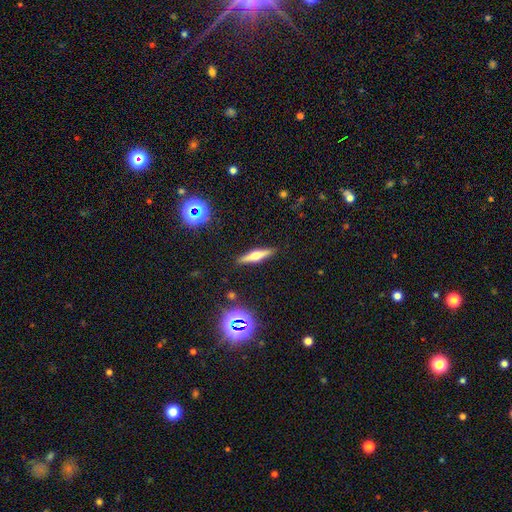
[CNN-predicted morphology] This is possibly a featured or disk galaxy (56%). It is clearly viewed edge-on (96%). Edge-on bulge: clearly rounded (90%). Merging: clearly none (90%).